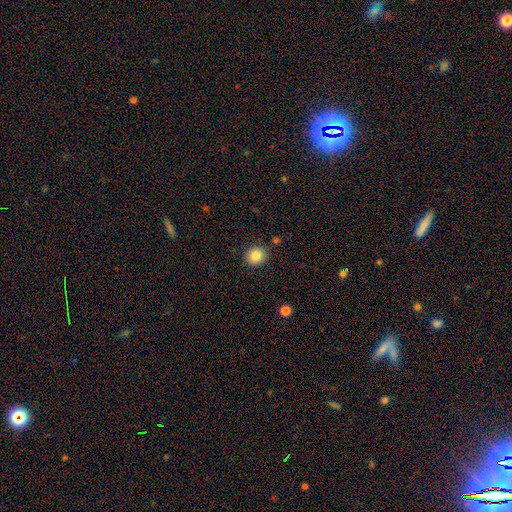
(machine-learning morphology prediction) smooth-or-featured: smooth: 85% | star or artifact: 10% | featured or disk: 6%
  how-rounded: round: 88% | in between: 11% | cigar-shaped: 1%
  merging: none: 88% | minor disturbance: 7% | merger: 2% | major disturbance: 2%